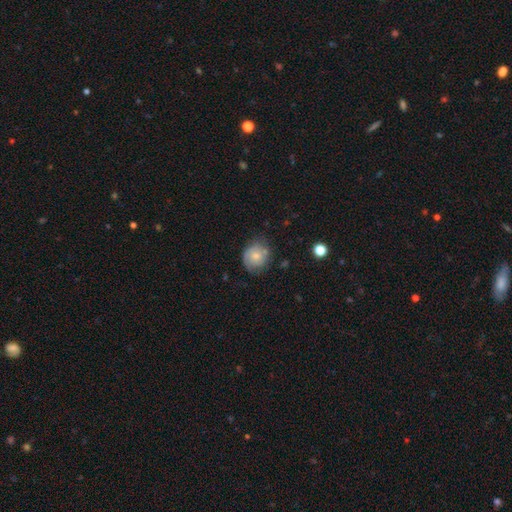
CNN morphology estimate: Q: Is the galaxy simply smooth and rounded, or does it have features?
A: smooth — 58%.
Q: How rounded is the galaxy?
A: round — 76%.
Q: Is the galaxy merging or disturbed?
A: none — 65%.